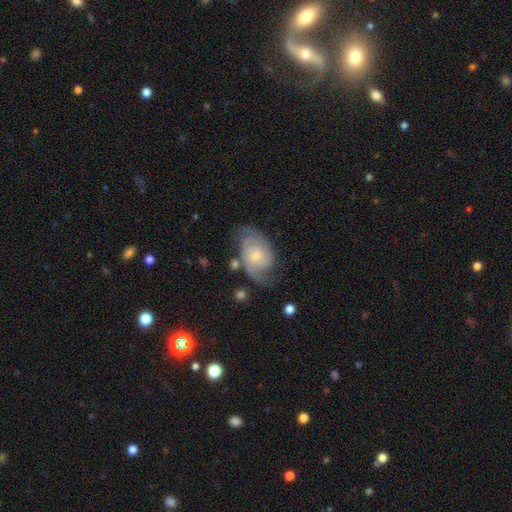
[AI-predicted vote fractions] This is clearly a featured or disk galaxy (82%). It is clearly not viewed edge-on (97%). Bar: possibly no (59%). Spiral arm pattern: clearly yes (95%). Spiral arm count: likely 2 (74%). Spiral winding: marginally tight (43%). Central bulge: likely small (60%). Merging: likely none (64%).